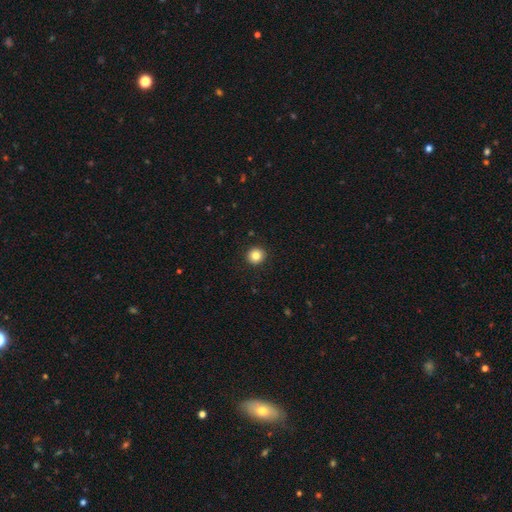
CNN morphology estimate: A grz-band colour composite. It shows a smooth galaxy with no disk features (83%) that is round (94%). Merging: none (93%).